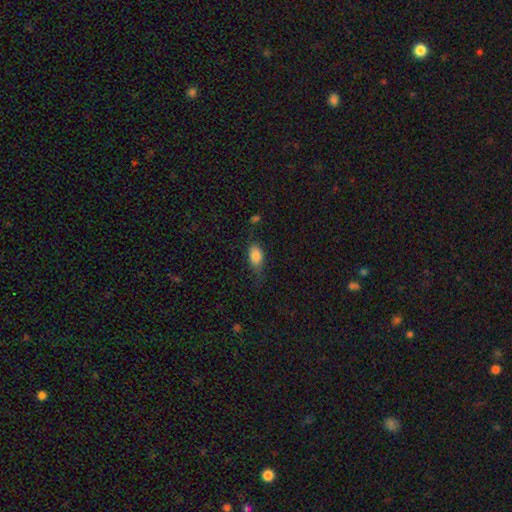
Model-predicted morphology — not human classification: Smooth or featured?
  - smooth: 83% *
  - featured or disk: 9%
  - star or artifact: 8%
How rounded?
  - in between: 89% *
  - round: 7%
  - cigar-shaped: 5%
Merging?
  - none: 61% *
  - minor disturbance: 27%
  - major disturbance: 11%
  - merger: 2%